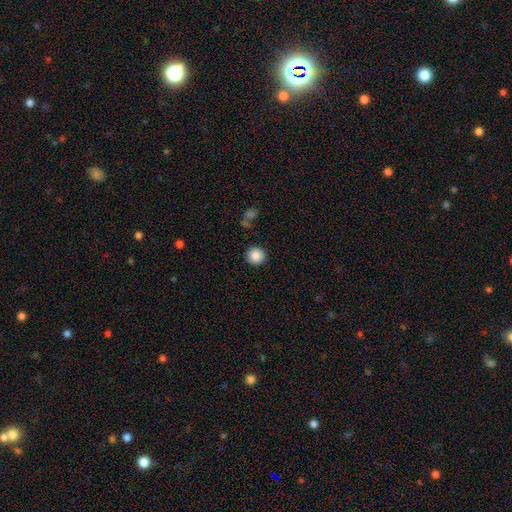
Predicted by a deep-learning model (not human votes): Smooth or featured?
  - smooth: 87% *
  - star or artifact: 9%
  - featured or disk: 4%
How rounded?
  - round: 95% *
  - in between: 4%
  - cigar-shaped: 1%
Merging?
  - none: 90% *
  - minor disturbance: 6%
  - major disturbance: 2%
  - merger: 2%